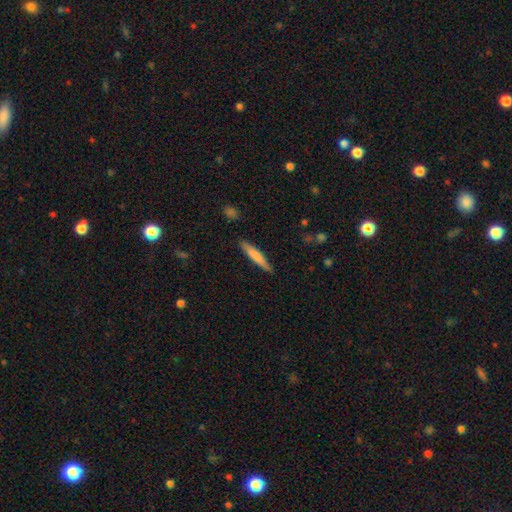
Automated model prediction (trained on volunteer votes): smooth 76%, featured or disk 19%, star or artifact 5%. Down the decision tree: how rounded — cigar-shaped (91%); merging — none (87%).